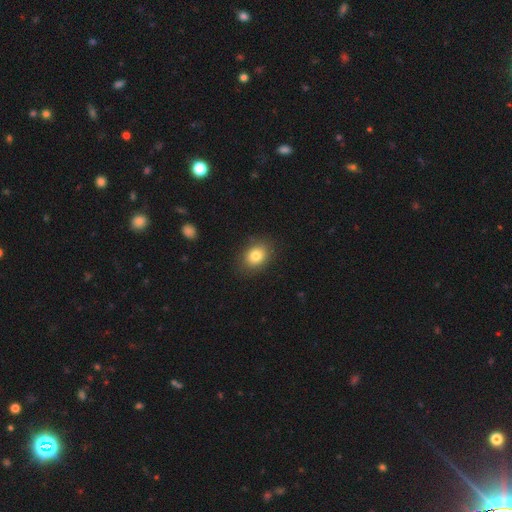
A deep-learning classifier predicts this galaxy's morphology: Smooth or featured? smooth (82%)
How rounded? in between (55%)
Merging? none (85%)